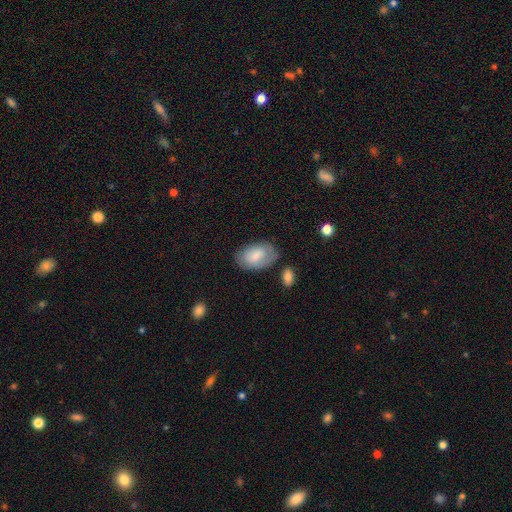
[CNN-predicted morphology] type=smooth (76%); roundness=in between (93%); merging=none (67%).